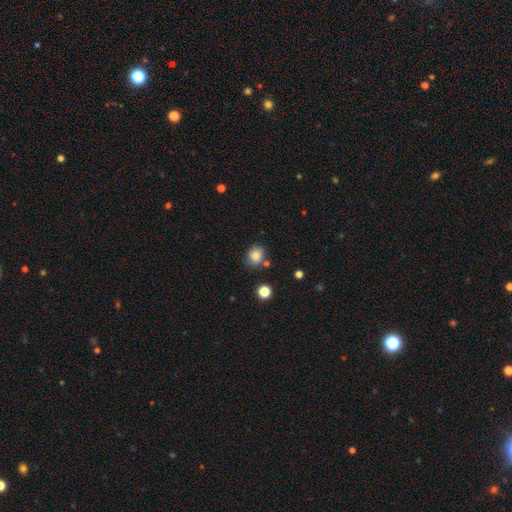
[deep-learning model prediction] Morphology: type=smooth (85%); roundness=round (68%); merging=none (76%).